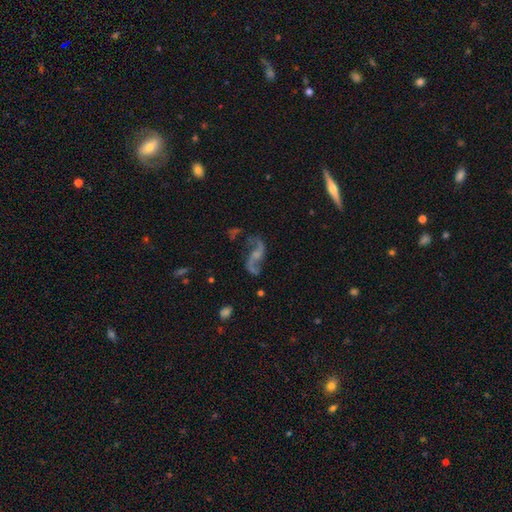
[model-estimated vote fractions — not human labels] Smooth or featured? Predicted: featured or disk (p=0.86). Edge-on disk? Predicted: no (p=0.95). Bar? Predicted: no (p=0.48). Spiral arms? Predicted: yes (p=0.95). Spiral winding? Predicted: loose (p=0.77). Spiral arm count? Predicted: 2 (p=0.93). Bulge size? Predicted: small (p=0.41). Merging? Predicted: none (p=0.70).